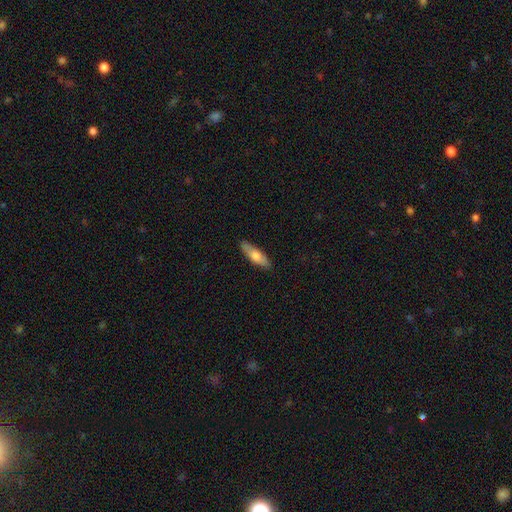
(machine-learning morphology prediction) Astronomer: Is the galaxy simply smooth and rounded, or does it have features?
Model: smooth — 65%.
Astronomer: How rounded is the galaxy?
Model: cigar-shaped — 50% (runner-up: in between, 48%).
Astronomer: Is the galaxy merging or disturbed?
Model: none — 87%.